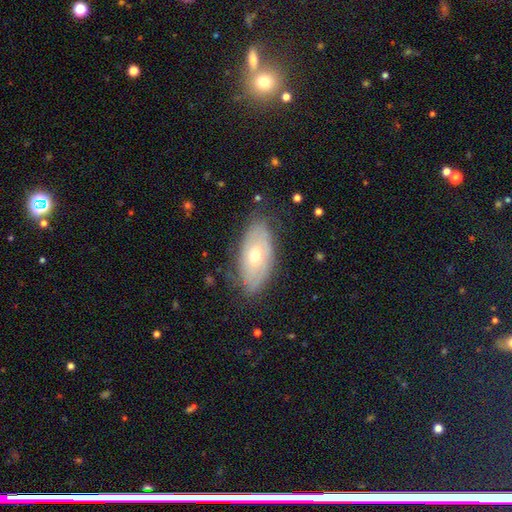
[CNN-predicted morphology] The model was most divided on "smooth or featured": featured or disk: 55%, smooth: 37%, star or artifact: 8%. More confident: edge-on disk — no (84%); merging — none (76%).